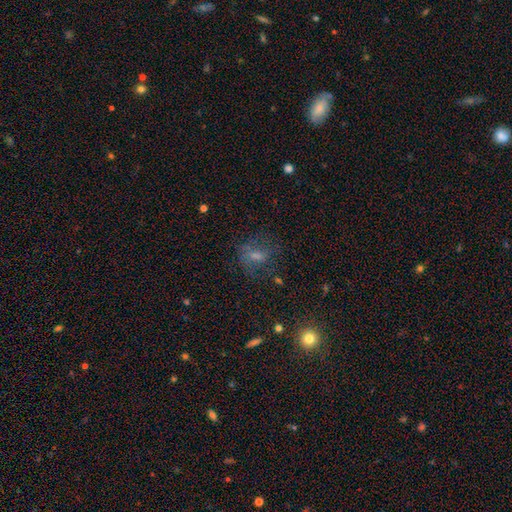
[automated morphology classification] smooth 44%, star or artifact 28%, featured or disk 27%. Down the decision tree: merging — none (65%).